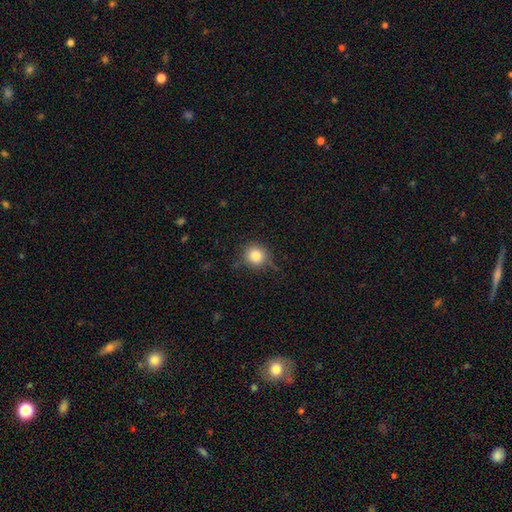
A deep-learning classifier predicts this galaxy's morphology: Overall: smooth (82%). How rounded: round (90%). Merging: none (76%).